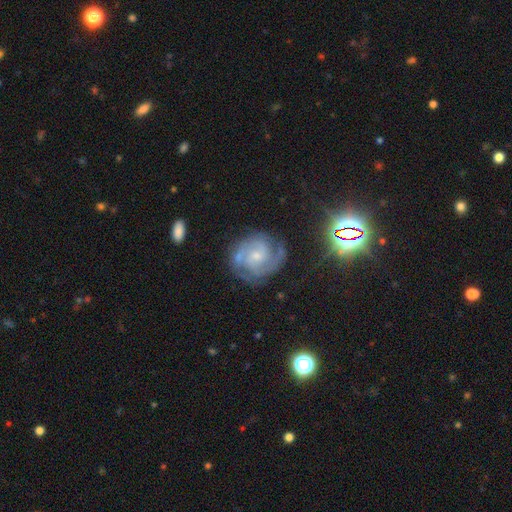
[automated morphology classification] Overall: featured or disk (84%). Edge-on disk: no (98%). Bar: no (61%; weak 33%). Spiral arms: yes (97%). Spiral arm count: 2 (55%; 3 20%). Spiral winding: tight (56%; medium 37%). Bulge size: small (68%). Merging: none (71%).